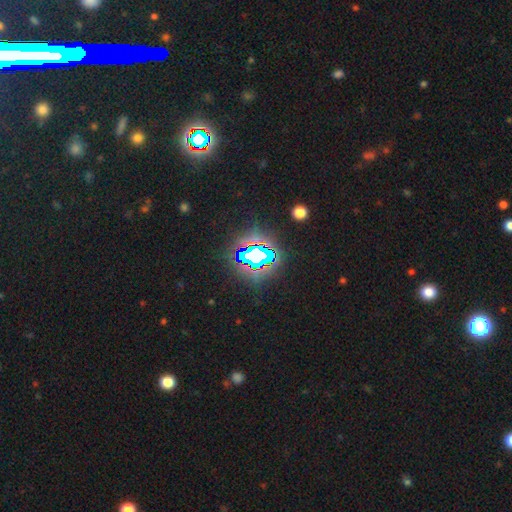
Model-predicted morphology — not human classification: This appears to be a star or artifact, not a galaxy (76%).